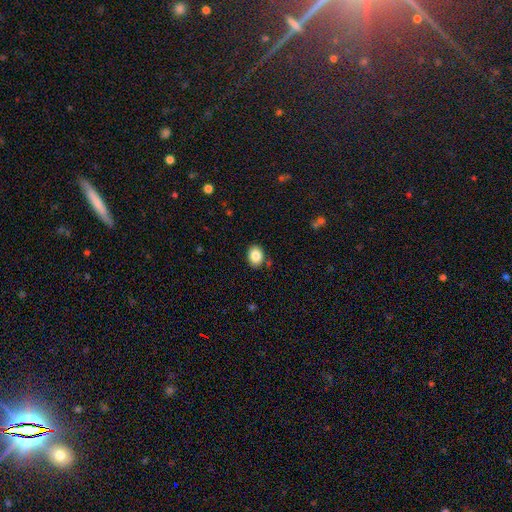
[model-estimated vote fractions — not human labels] smooth 85%, star or artifact 8%, featured or disk 6%. Down the decision tree: how rounded — in between (62%); merging — none (86%).